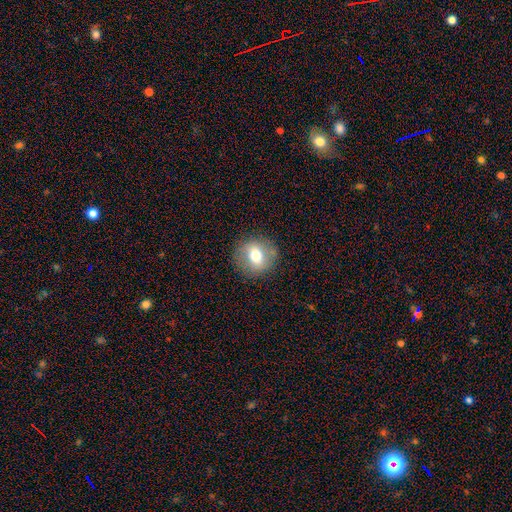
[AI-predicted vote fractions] smooth-or-featured: smooth: 64% | featured or disk: 27% | star or artifact: 10%
  how-rounded: round: 87% | in between: 12% | cigar-shaped: 1%
  merging: none: 86% | minor disturbance: 10% | major disturbance: 3% | merger: 1%